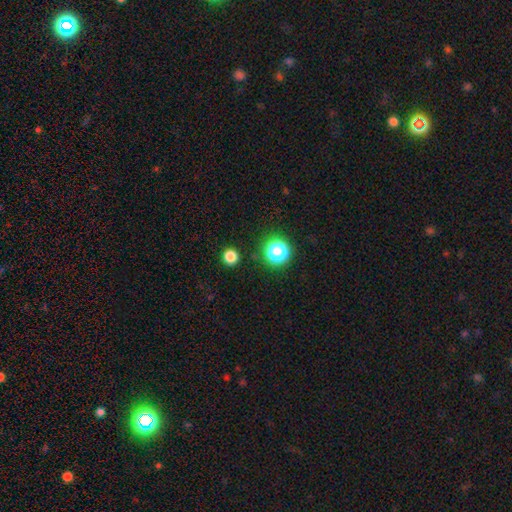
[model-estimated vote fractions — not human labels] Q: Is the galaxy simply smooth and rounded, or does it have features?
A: star or artifact — 59%.